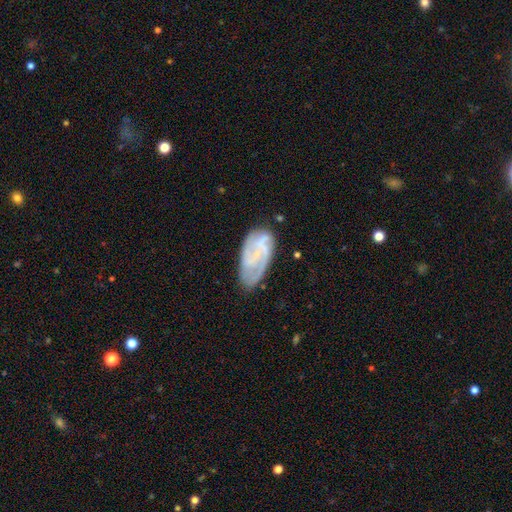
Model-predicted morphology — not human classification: Q: Smooth or featured?
A: featured or disk (76%); runner-up: smooth (17%)
Q: Edge-on disk?
A: no (96%); runner-up: yes (4%)
Q: Bar?
A: no (54%); runner-up: weak (36%)
Q: Spiral arms?
A: yes (92%); runner-up: no (8%)
Q: Spiral winding?
A: tight (46%); runner-up: medium (40%)
Q: Spiral arm count?
A: 2 (32%); runner-up: 3 (30%)
Q: Bulge size?
A: small (57%); runner-up: none (30%)
Q: Merging?
A: none (66%); runner-up: minor disturbance (23%)